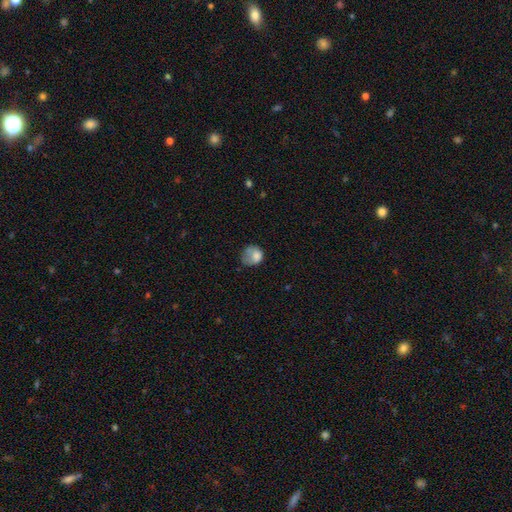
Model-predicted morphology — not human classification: type=smooth (71%); roundness=round (61%); merging=minor disturbance (32%).